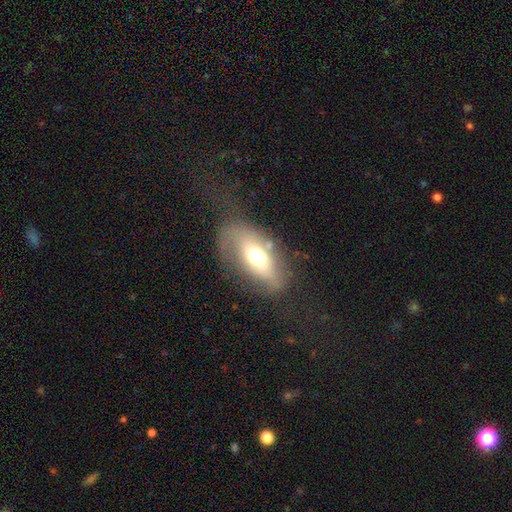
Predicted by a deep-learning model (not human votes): Overall: smooth (49%; featured or disk 41%). Merging: none (41%; major disturbance 27%).